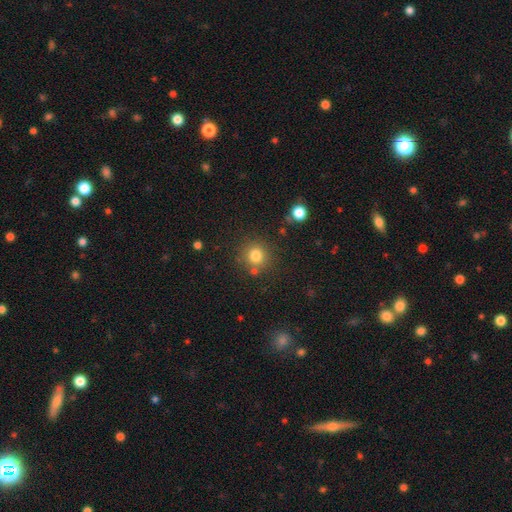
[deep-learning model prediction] smooth_or_featured: smooth (p=0.80) [alt: star or artifact p=0.13]
how_rounded: round (p=0.91) [alt: in between p=0.08]
merging: none (p=0.80) [alt: minor disturbance p=0.09]